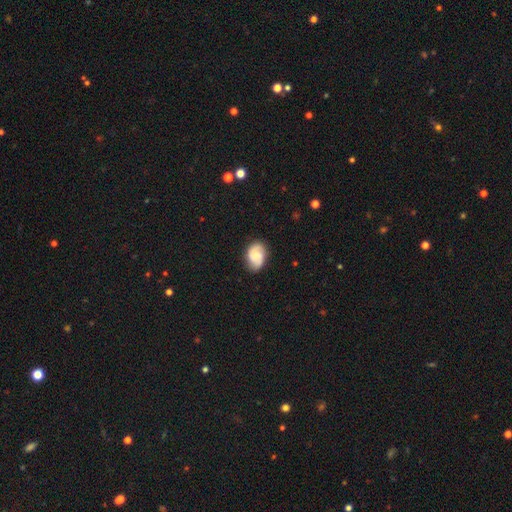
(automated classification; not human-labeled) A featured or disk galaxy (50%). Merging: none (78%).